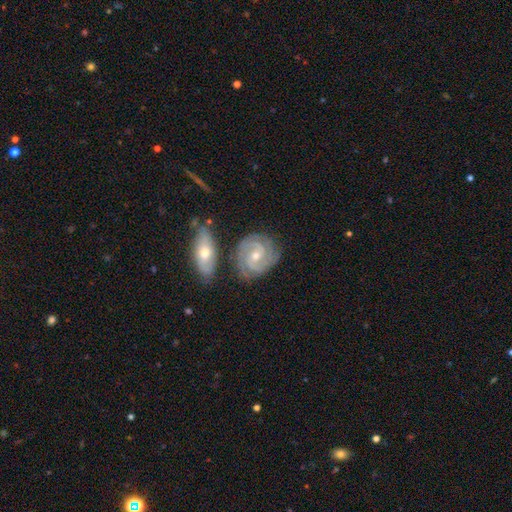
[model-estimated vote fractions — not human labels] This appears to be a featured or disk galaxy (85%) with no bar (52%), 2 (44%) tight (70%) spiral arms (97%) and a moderate central bulge (52%). Merging: none (73%).